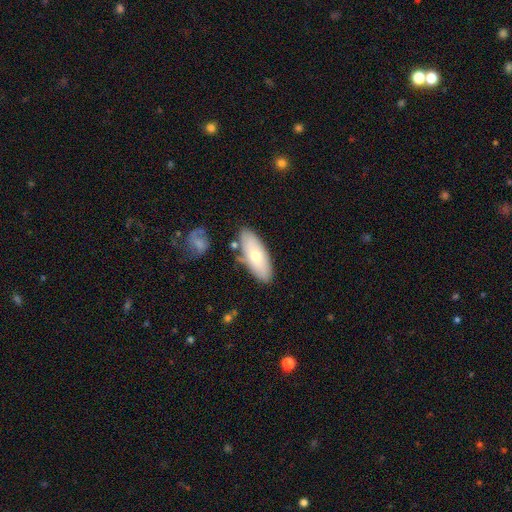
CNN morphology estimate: This appears to be a smooth galaxy with no disk features (64%) that is in between round and cigar-shaped (76%). Merging: none (78%).